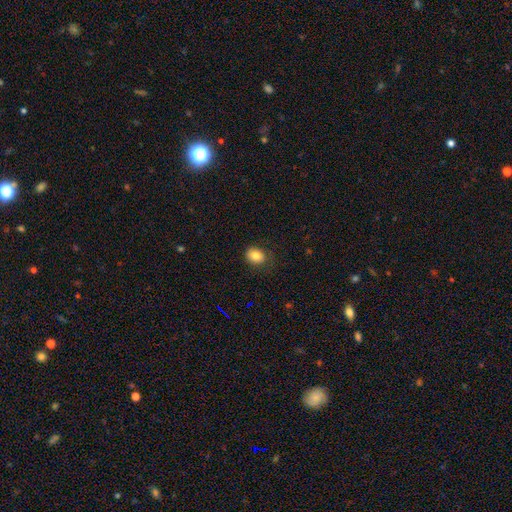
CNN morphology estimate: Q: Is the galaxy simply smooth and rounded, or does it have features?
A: smooth — 81%.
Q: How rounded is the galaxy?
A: in between — 50%.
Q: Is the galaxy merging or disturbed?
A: none — 79%.